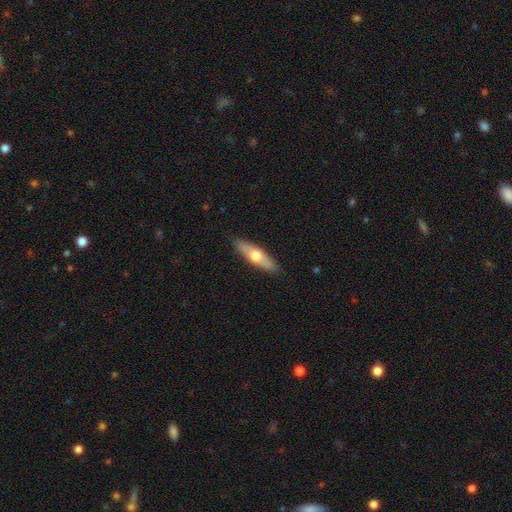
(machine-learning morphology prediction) Smooth or featured? Predicted: smooth (p=0.53). How rounded? Predicted: cigar-shaped (p=0.58). Merging? Predicted: none (p=0.89).